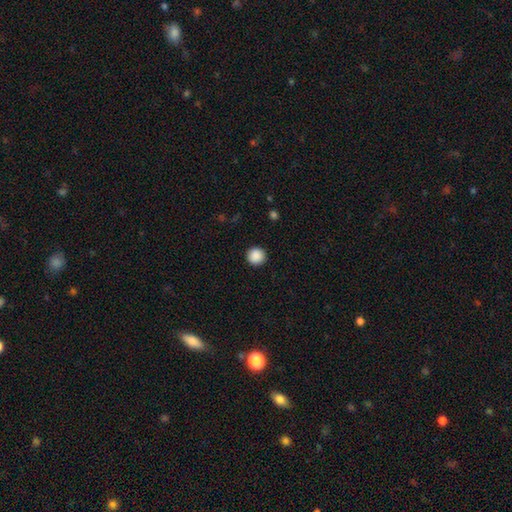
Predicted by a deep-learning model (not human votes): The model was most divided on "smooth or featured": smooth: 89%, star or artifact: 9%, featured or disk: 2%. More confident: how rounded — round (94%); merging — none (92%).